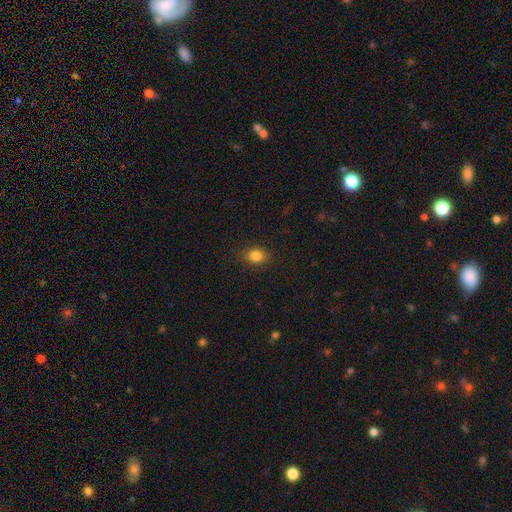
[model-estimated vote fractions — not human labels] This is clearly a smooth galaxy (84%). How rounded: possibly in between (59%). Merging: clearly none (86%).